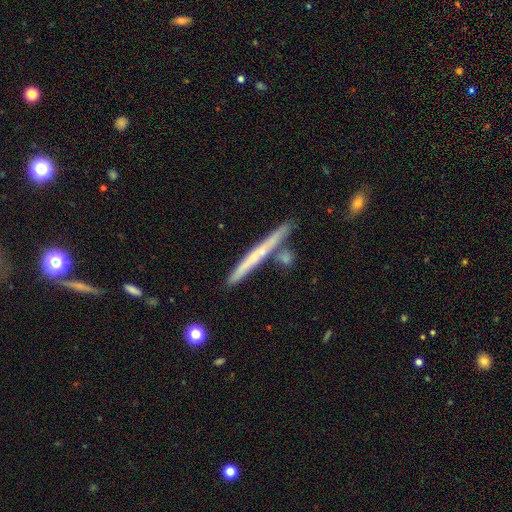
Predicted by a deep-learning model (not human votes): This appears to be a featured or disk galaxy (49%). Merging: none (81%).